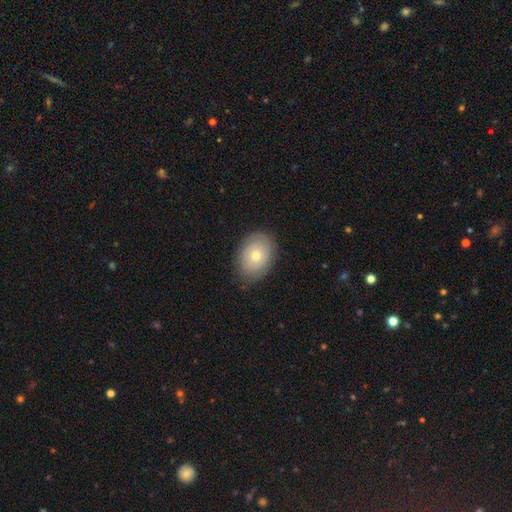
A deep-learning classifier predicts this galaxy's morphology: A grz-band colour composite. It shows a smooth galaxy with no disk features (62%) that is in between round and cigar-shaped (70%). Merging: none (84%).